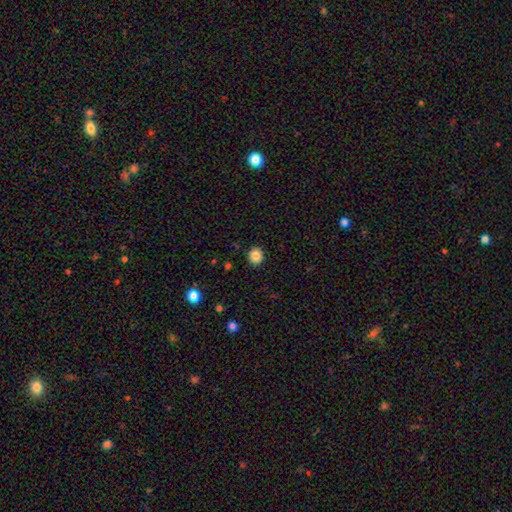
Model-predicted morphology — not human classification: A smooth galaxy with no disk features (84%) that is round (74%). Merging: none (91%).